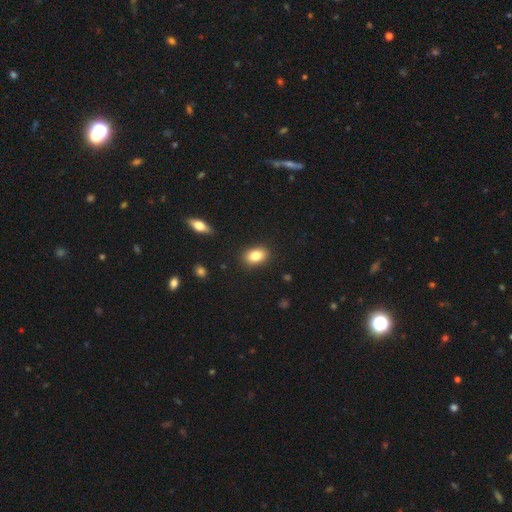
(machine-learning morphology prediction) smooth-or-featured: smooth: 83% | featured or disk: 9% | star or artifact: 8%
  how-rounded: in between: 85% | round: 13% | cigar-shaped: 2%
  merging: none: 88% | minor disturbance: 9% | major disturbance: 2% | merger: 1%